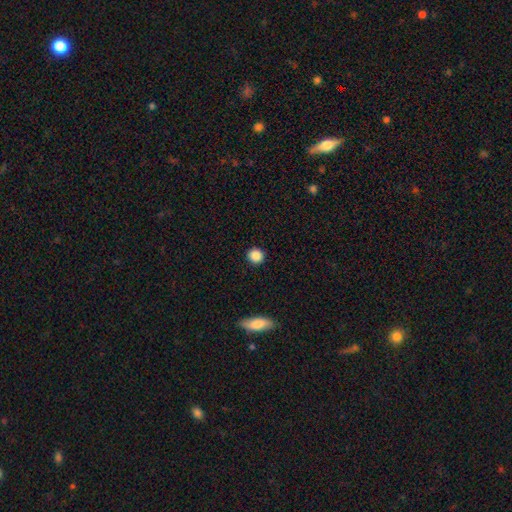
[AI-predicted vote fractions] Smooth or featured?
  - smooth: 88% *
  - star or artifact: 9%
  - featured or disk: 3%
How rounded?
  - round: 91% *
  - in between: 8%
  - cigar-shaped: 1%
Merging?
  - none: 91% *
  - minor disturbance: 5%
  - major disturbance: 2%
  - merger: 1%